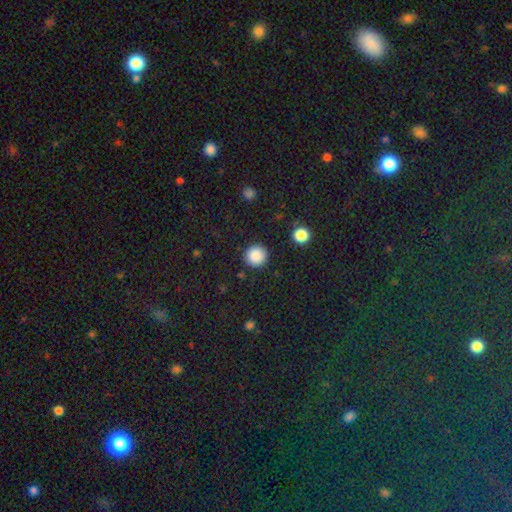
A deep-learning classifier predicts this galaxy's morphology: Smooth or featured?
  - smooth: 87% *
  - star or artifact: 10%
  - featured or disk: 3%
How rounded?
  - round: 96% *
  - in between: 3%
  - cigar-shaped: 1%
Merging?
  - none: 91% *
  - minor disturbance: 5%
  - major disturbance: 2%
  - merger: 1%